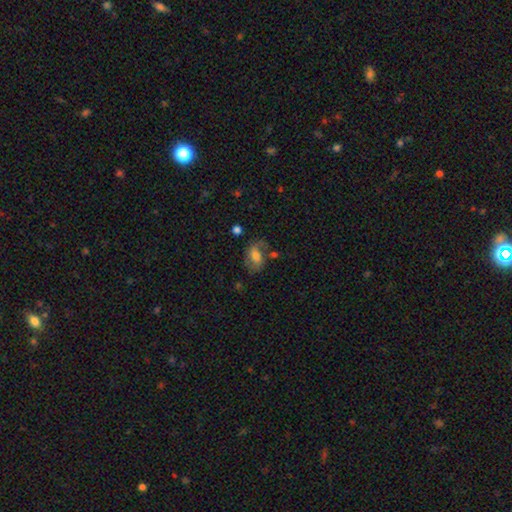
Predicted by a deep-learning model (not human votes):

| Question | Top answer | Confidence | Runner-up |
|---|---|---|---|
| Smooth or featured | featured or disk | 46% | tied: smooth (46%) |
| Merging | none | 51% | minor disturbance (24%) |